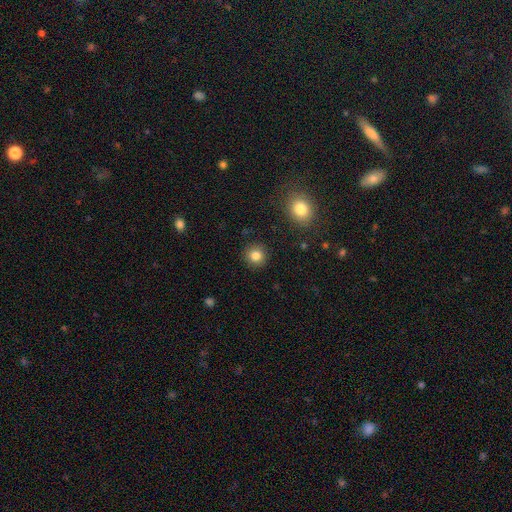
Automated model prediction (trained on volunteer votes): smooth_or_featured: smooth (p=0.83) [alt: star or artifact p=0.11]
how_rounded: round (p=0.92) [alt: in between p=0.07]
merging: none (p=0.91) [alt: minor disturbance p=0.05]